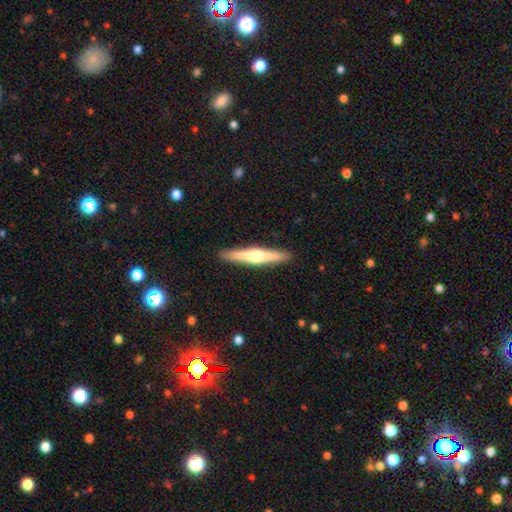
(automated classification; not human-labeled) This is possibly a featured or disk galaxy (59%). It is clearly viewed edge-on (97%). Edge-on bulge: clearly rounded (86%). Merging: clearly none (91%).